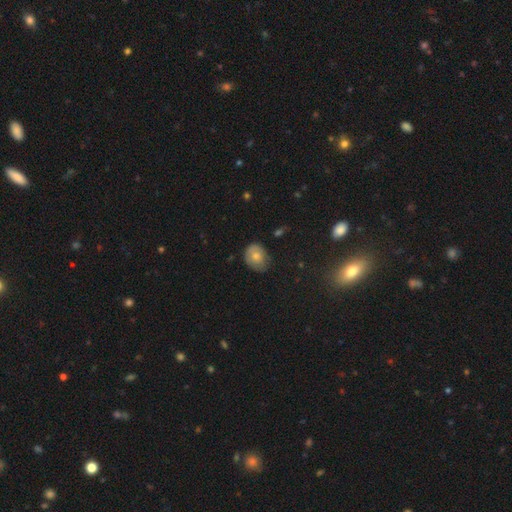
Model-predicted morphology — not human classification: Smooth or featured? Predicted: smooth (p=0.68). How rounded? Predicted: round (p=0.50). Merging? Predicted: none (p=0.59).